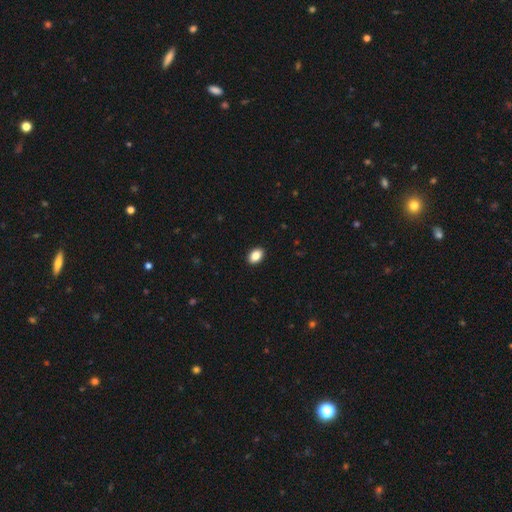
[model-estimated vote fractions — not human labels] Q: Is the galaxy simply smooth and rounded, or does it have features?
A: smooth — 86%.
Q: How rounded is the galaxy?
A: in between — 81%.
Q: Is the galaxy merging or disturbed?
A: none — 91%.